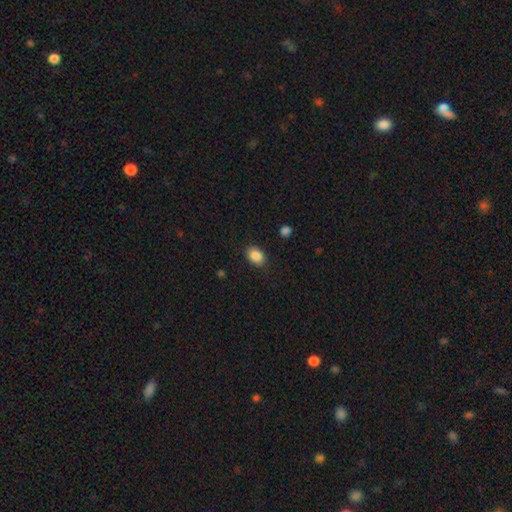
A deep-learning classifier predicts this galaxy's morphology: Smooth or featured? smooth (88%)
How rounded? in between (73%)
Merging? none (86%)